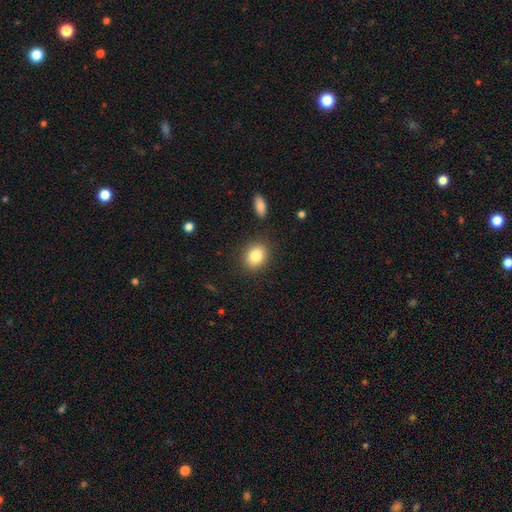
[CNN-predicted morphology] smooth_or_featured: smooth (p=0.84) [alt: star or artifact p=0.09]
how_rounded: in between (p=0.50) [alt: round p=0.49]
merging: none (p=0.86) [alt: minor disturbance p=0.09]